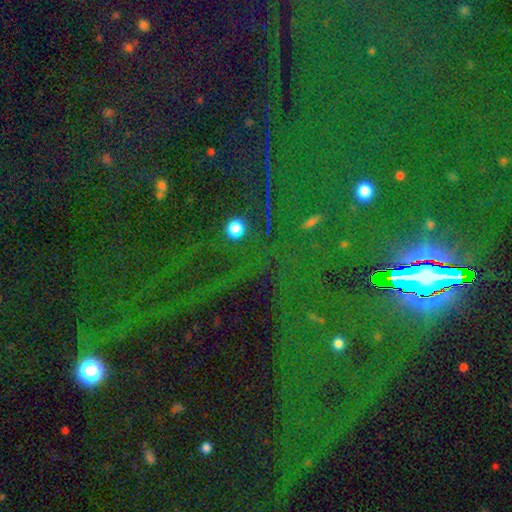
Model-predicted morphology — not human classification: star or artifact 83%, smooth 9%, featured or disk 7%.